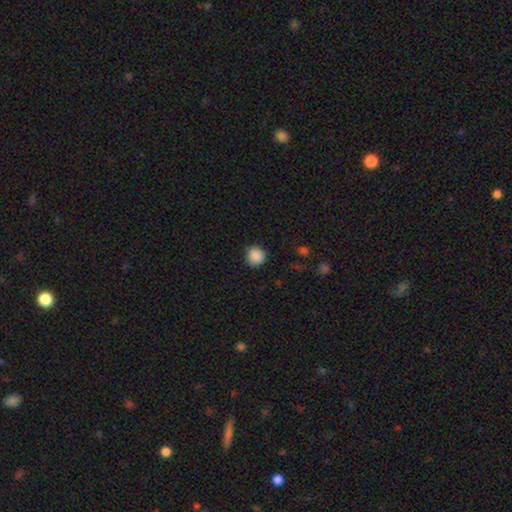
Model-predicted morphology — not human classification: smooth-or-featured: smooth: 88% | star or artifact: 9% | featured or disk: 3%
  how-rounded: round: 93% | in between: 7% | cigar-shaped: 1%
  merging: none: 88% | minor disturbance: 9% | major disturbance: 2% | merger: 1%